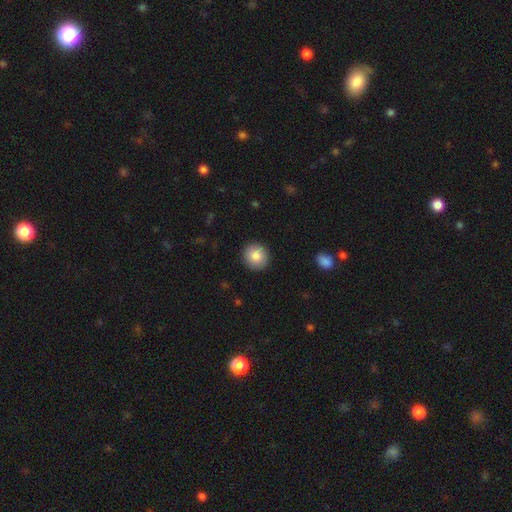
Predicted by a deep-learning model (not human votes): This appears to be a smooth galaxy with no disk features (85%) that is round (91%). Merging: none (91%).